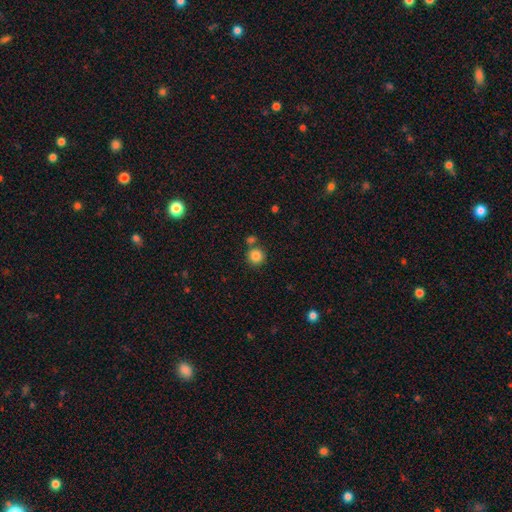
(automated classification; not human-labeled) Smooth or featured? smooth (85%)
How rounded? round (94%)
Merging? none (73%)